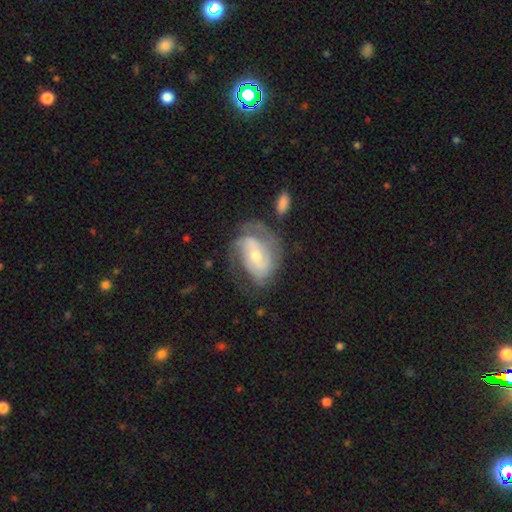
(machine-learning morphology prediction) smooth-or-featured: featured or disk: 77% | smooth: 17% | star or artifact: 6%
  disk-edge-on: no: 96% | yes: 4%
    bar: no: 43% | weak: 39% | strong: 18%
    has-spiral-arms: yes: 88% | no: 12%
      spiral-winding: tight: 43% | medium: 40% | loose: 17%
      spiral-arm-count: 2: 49% | can't tell: 25% | 3: 13% | 1: 8% | 4: 3% | more than 4: 2%
    bulge-size: moderate: 48% | small: 47% | large: 3% | none: 1% | dominant: 1%
  merging: none: 51% | minor disturbance: 24% | major disturbance: 20% | merger: 6%